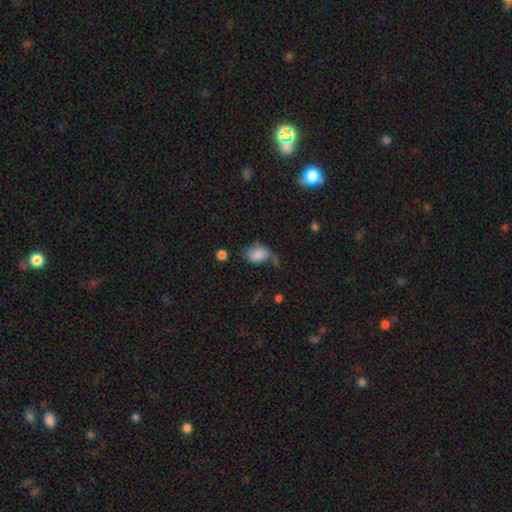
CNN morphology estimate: This is likely a smooth galaxy (78%). How rounded: clearly in between (85%). Merging: marginally none (40%).